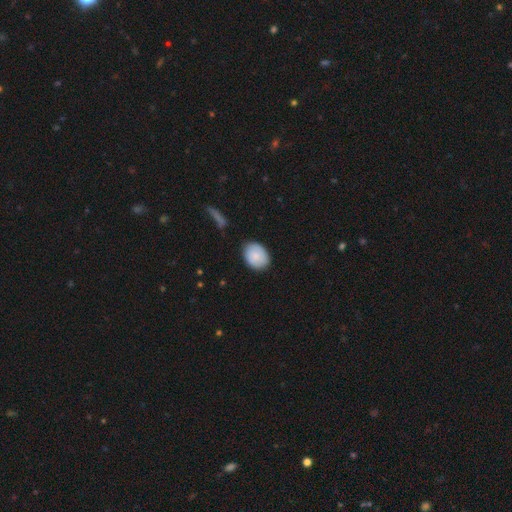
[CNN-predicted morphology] smooth-or-featured: smooth: 81% | featured or disk: 13% | star or artifact: 6%
  how-rounded: in between: 63% | round: 36% | cigar-shaped: 1%
  merging: none: 84% | minor disturbance: 12% | major disturbance: 2% | merger: 1%